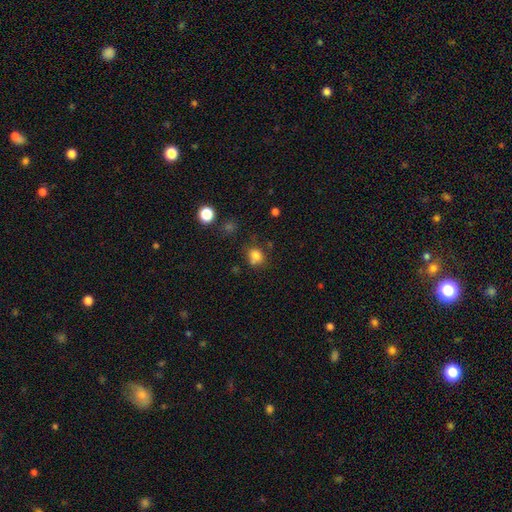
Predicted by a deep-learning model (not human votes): Smooth or featured? Predicted: smooth (p=0.78). How rounded? Predicted: round (p=0.68). Merging? Predicted: none (p=0.59).